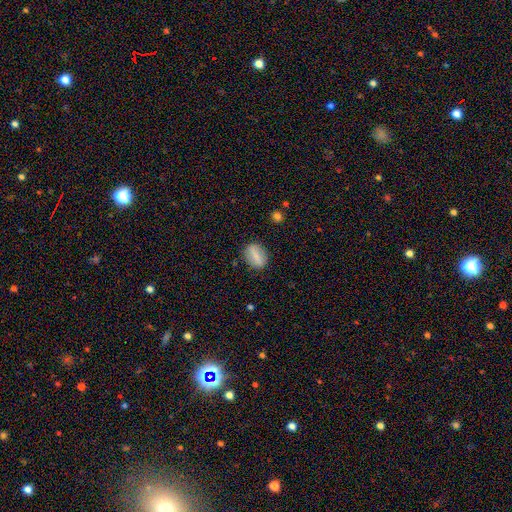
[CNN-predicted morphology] Q: Smooth or featured?
A: smooth (72%); runner-up: featured or disk (20%)
Q: How rounded?
A: in between (76%); runner-up: round (18%)
Q: Merging?
A: none (84%); runner-up: minor disturbance (11%)